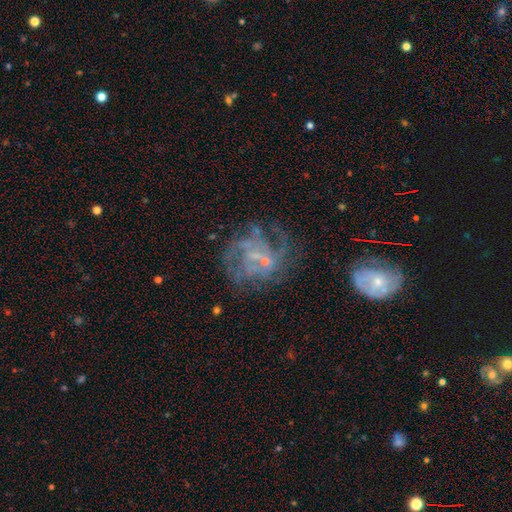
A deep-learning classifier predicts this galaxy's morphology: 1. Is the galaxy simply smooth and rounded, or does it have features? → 76% featured or disk, 13% star or artifact, 11% smooth.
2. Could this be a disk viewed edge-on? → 98% no, 2% yes.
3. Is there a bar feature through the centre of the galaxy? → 57% no, 34% weak, 8% strong.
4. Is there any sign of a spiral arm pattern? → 85% yes, 15% no.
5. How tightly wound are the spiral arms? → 45% tight, 39% medium, 16% loose.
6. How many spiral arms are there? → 39% can't tell, 19% 3, 14% 2, 13% 4, 7% more than 4, 7% 1.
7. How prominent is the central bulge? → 67% small, 15% none, 15% moderate, 1% large, 1% dominant.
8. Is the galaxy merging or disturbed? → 58% none, 19% major disturbance, 17% minor disturbance, 7% merger.